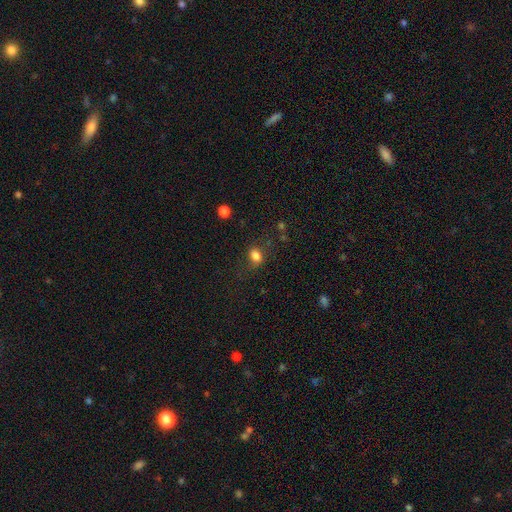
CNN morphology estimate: This appears to be a smooth galaxy with no disk features (82%) that is in between round and cigar-shaped (68%). Merging: none (70%).